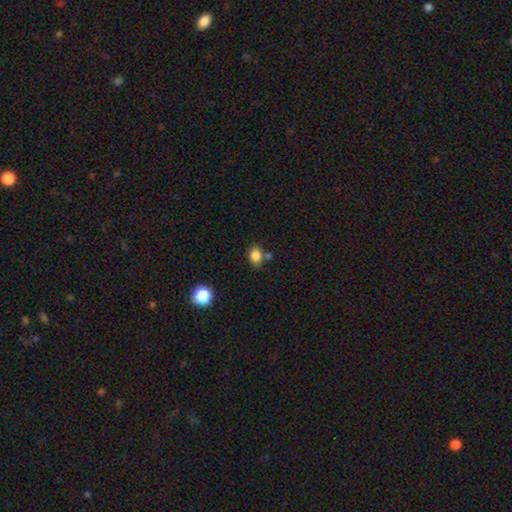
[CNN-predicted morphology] The model was most divided on "how rounded": in between: 60%, round: 39%, cigar-shaped: 1%. More confident: smooth or featured — smooth (84%); merging — none (68%).